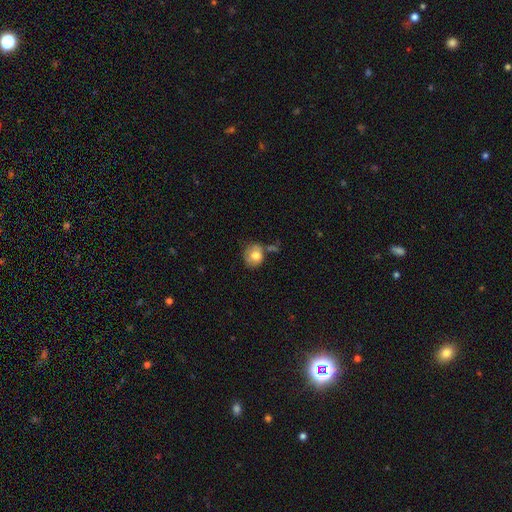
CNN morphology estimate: A smooth galaxy with no disk features (73%) that is round (72%).

Vote fractions:
- Smooth or featured? smooth: 73% / featured or disk: 18% / star or artifact: 8%
- How rounded? round: 72% / in between: 27% / cigar-shaped: 1%
- Merging? none: 53% / minor disturbance: 25% / merger: 13% / major disturbance: 9%